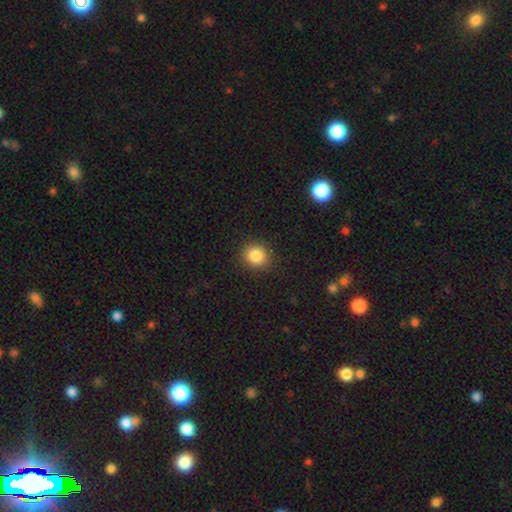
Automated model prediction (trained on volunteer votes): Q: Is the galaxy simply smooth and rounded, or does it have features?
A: smooth — 85%.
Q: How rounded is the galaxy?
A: round — 86%.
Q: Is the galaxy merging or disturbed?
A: none — 90%.